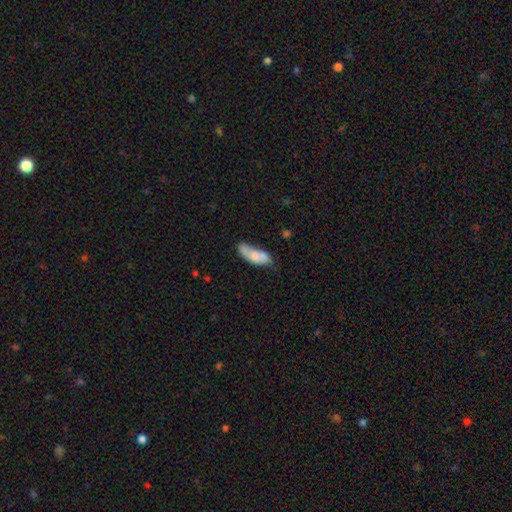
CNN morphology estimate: Overall: smooth (67%). How rounded: in between (76%). Merging: none (40%; minor disturbance 27%).